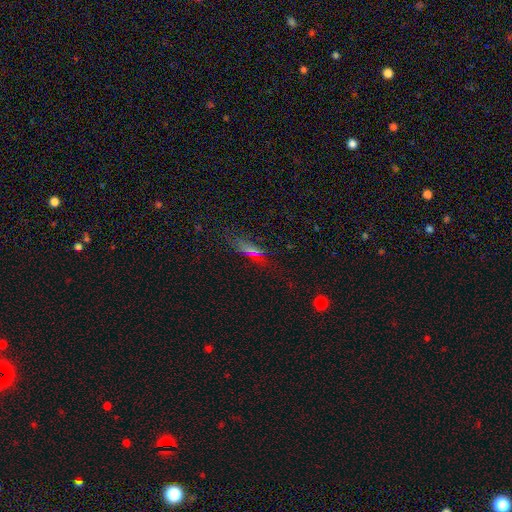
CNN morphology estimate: type=smooth (59%); roundness=cigar-shaped (64%); merging=none (64%).